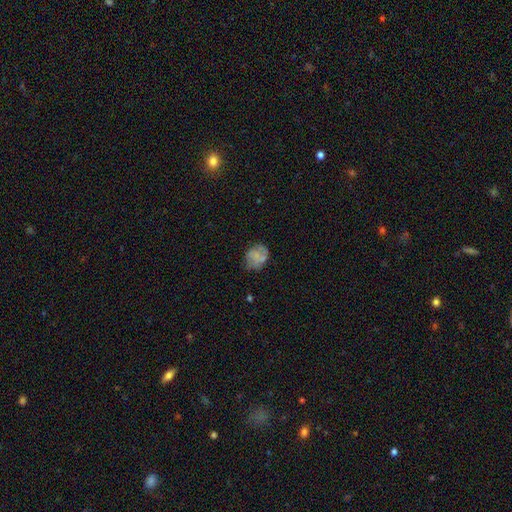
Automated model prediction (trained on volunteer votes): This is possibly a smooth galaxy (53%). How rounded: possibly round (51%). Merging: possibly none (60%).